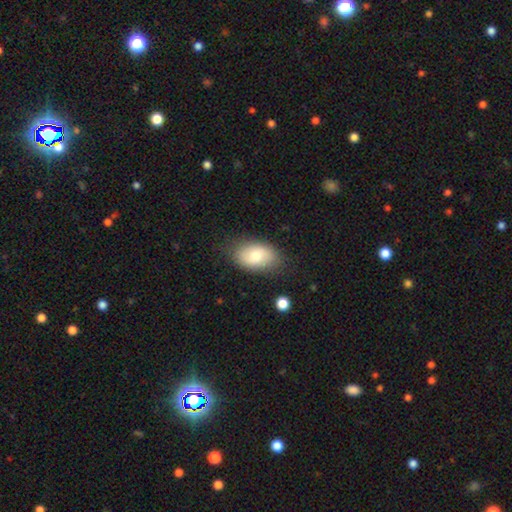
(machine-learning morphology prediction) smooth-or-featured: smooth: 74% | featured or disk: 19% | star or artifact: 7%
  how-rounded: in between: 90% | round: 9% | cigar-shaped: 1%
  merging: none: 78% | minor disturbance: 16% | major disturbance: 4% | merger: 2%